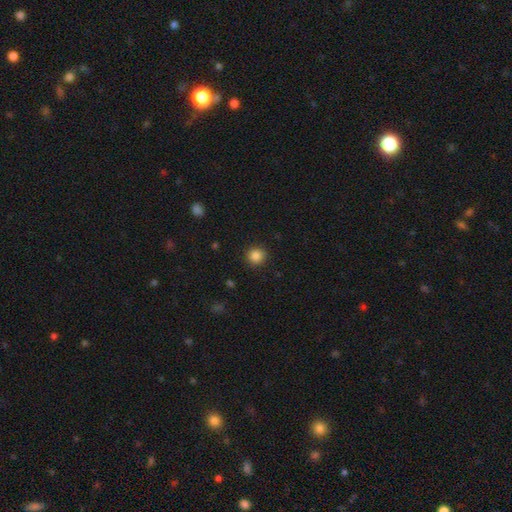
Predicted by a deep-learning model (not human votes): Morphology: type=smooth (86%); roundness=round (92%); merging=none (90%).